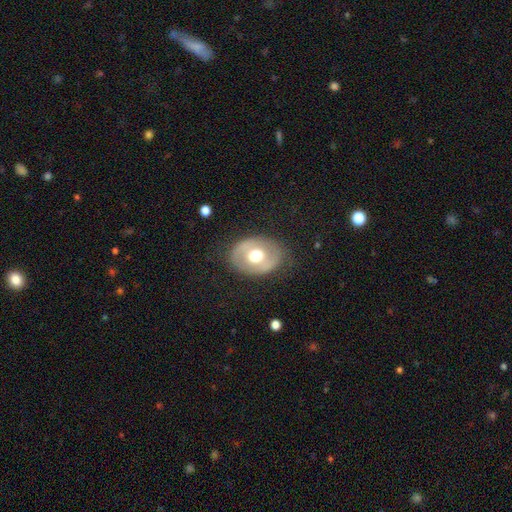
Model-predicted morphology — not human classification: type=featured or disk (48%); merging=none (78%).